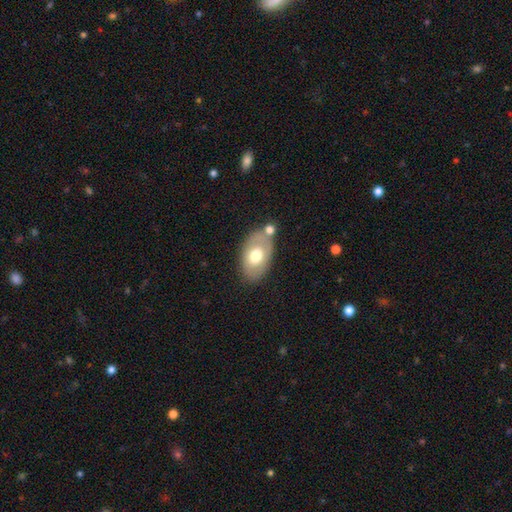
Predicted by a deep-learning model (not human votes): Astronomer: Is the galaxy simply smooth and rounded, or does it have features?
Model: smooth — 61%.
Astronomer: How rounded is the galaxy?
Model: in between — 90%.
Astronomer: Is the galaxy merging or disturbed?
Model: none — 61%.